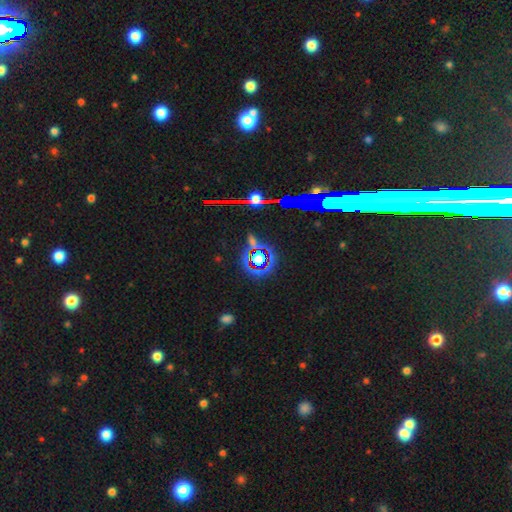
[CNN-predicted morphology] Smooth or featured?
  - star or artifact: 72% *
  - featured or disk: 15%
  - smooth: 13%